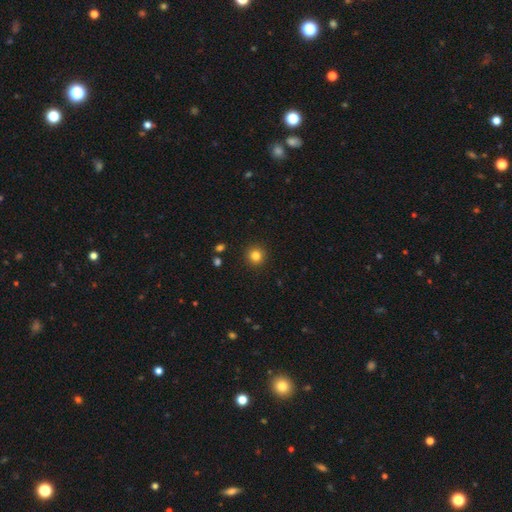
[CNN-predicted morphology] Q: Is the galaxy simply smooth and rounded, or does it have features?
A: smooth — 83%.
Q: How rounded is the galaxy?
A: round — 94%.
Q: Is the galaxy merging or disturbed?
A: none — 92%.